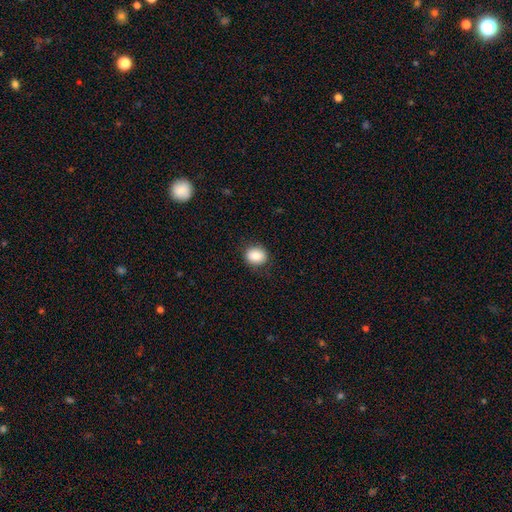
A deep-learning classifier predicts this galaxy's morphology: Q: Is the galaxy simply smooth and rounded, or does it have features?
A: smooth — 83%.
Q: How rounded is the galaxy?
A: round — 66%.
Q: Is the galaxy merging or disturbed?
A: none — 87%.